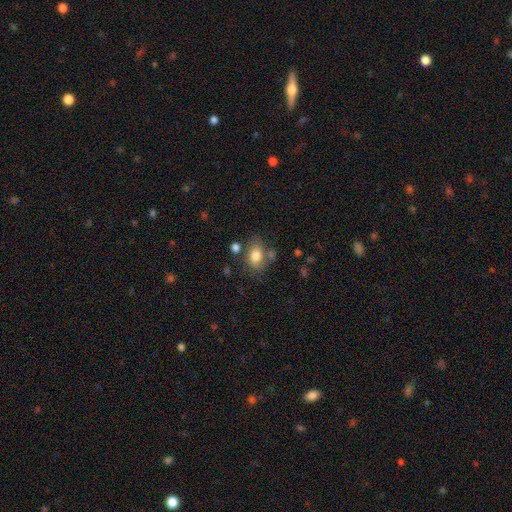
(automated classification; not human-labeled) smooth 79%, featured or disk 12%, star or artifact 9%. Down the decision tree: how rounded — in between (74%); merging — none (65%).